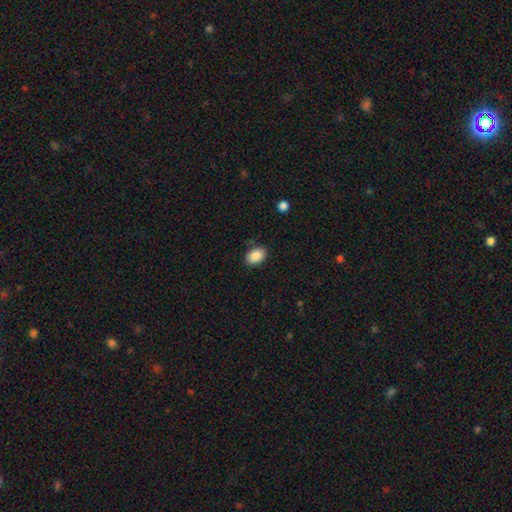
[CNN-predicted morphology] A smooth galaxy with no disk features (89%) that is in between round and cigar-shaped (84%).

Vote fractions:
- Smooth or featured? smooth: 89% / star or artifact: 8% / featured or disk: 4%
- How rounded? in between: 84% / round: 15% / cigar-shaped: 1%
- Merging? none: 85% / minor disturbance: 11% / major disturbance: 3% / merger: 2%